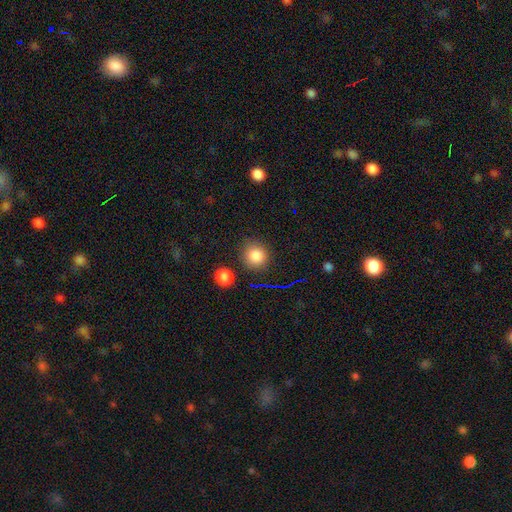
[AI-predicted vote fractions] Smooth or featured? Predicted: smooth (p=0.83). How rounded? Predicted: round (p=0.89). Merging? Predicted: none (p=0.83).